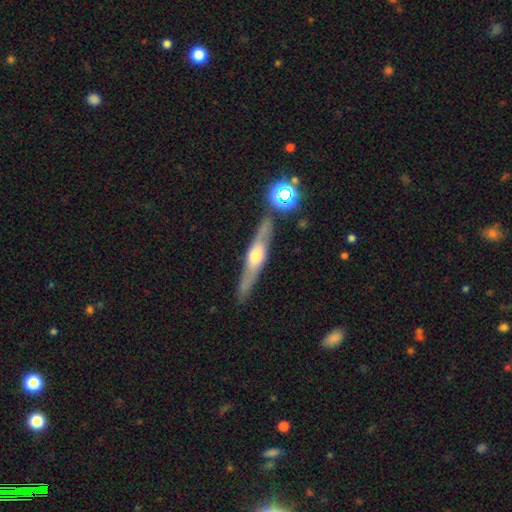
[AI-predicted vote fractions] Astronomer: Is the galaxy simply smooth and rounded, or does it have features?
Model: featured or disk — 66%.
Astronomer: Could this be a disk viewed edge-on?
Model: yes — 91%.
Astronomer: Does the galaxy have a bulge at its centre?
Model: rounded — 88%.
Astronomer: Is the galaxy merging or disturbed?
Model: none — 81%.